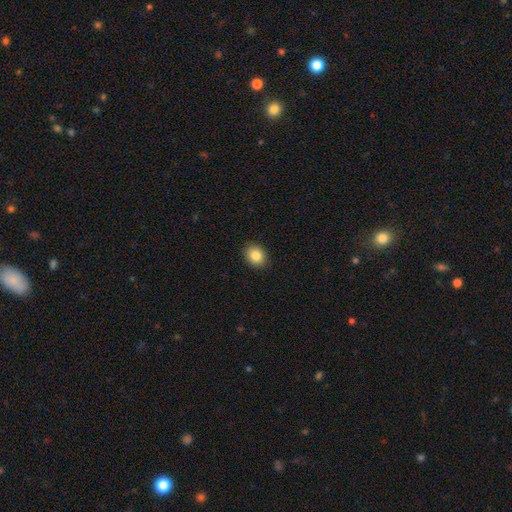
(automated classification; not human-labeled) smooth-or-featured: smooth: 85% | star or artifact: 9% | featured or disk: 6%
  how-rounded: round: 53% | in between: 47% | cigar-shaped: 1%
  merging: none: 91% | minor disturbance: 7% | major disturbance: 2% | merger: 1%